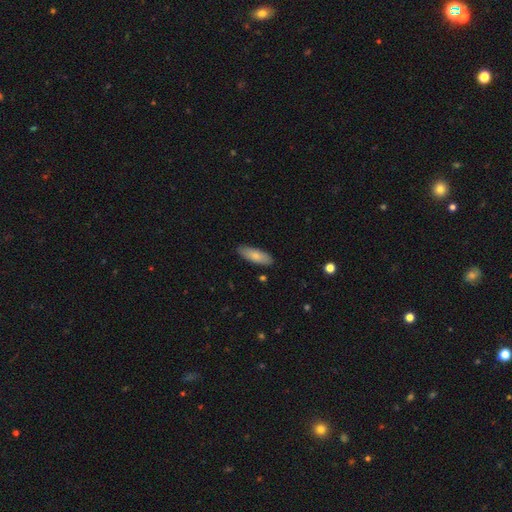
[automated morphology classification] This is clearly a smooth galaxy (81%). How rounded: possibly in between (59%). Merging: clearly none (87%).